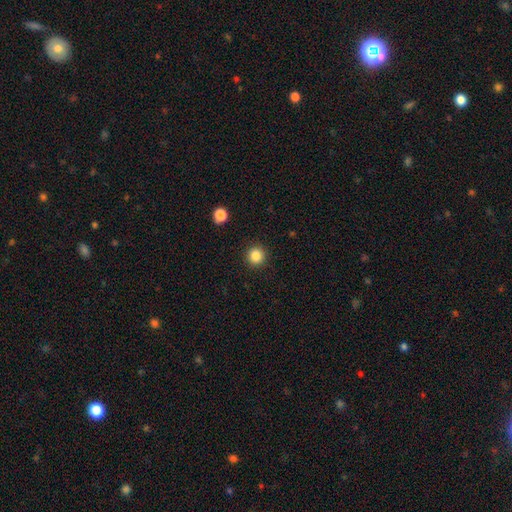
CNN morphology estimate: Smooth or featured: smooth — 85% (star or artifact — 11%)
How rounded: round — 94% (in between — 5%)
Merging: none — 92% (minor disturbance — 5%)